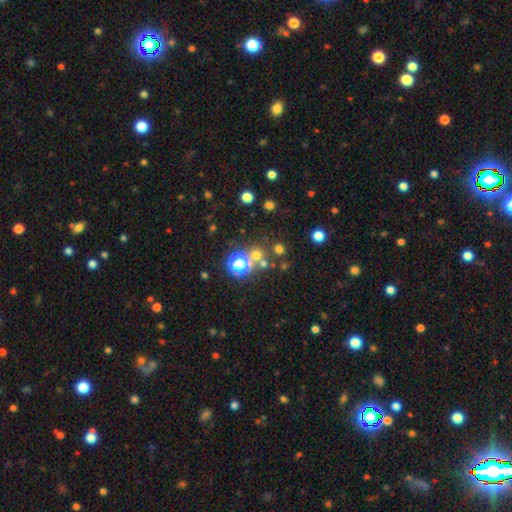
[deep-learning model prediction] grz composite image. It shows a smooth galaxy with no disk features (56%) that is round (91%). Merging: none (68%).